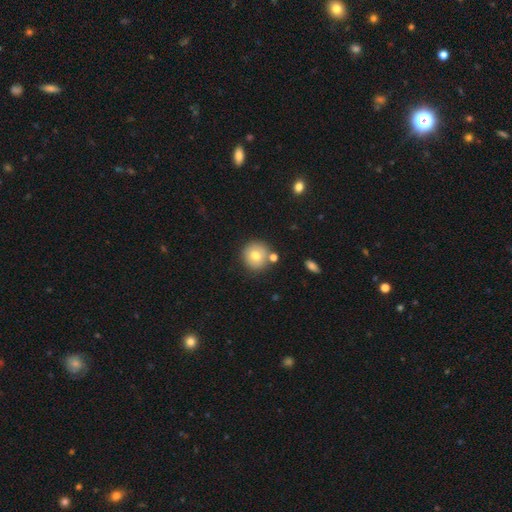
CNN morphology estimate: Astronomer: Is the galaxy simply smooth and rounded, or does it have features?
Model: smooth — 73%.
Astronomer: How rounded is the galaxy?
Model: round — 92%.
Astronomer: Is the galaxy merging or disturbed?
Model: none — 75%.